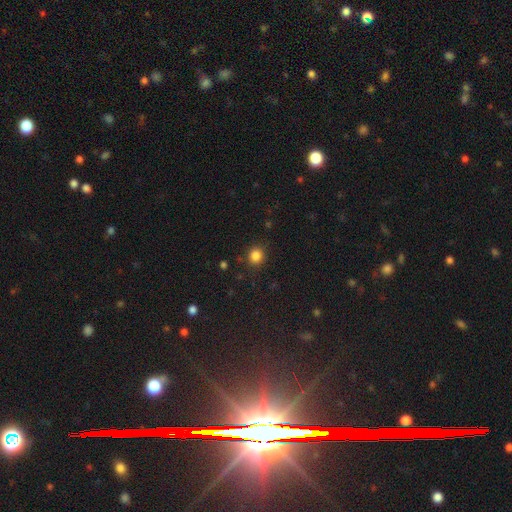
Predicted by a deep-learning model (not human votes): Smooth or featured? smooth (84%)
How rounded? round (85%)
Merging? none (87%)